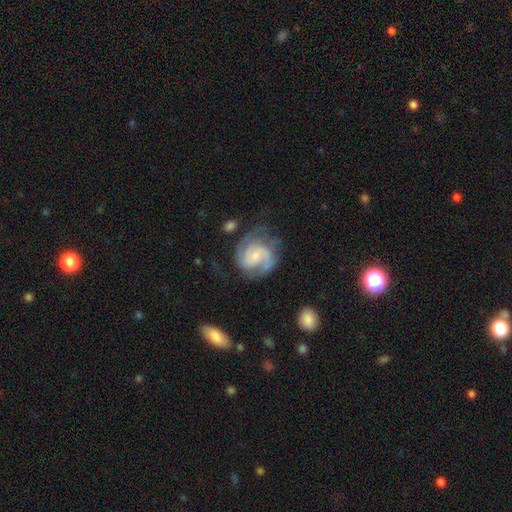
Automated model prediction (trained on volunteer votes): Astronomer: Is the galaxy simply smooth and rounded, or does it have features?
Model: featured or disk — 84%.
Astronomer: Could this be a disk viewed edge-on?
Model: no — 98%.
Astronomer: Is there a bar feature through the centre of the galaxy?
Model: no — 55% (runner-up: weak, 38%).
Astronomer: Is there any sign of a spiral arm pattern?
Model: yes — 96%.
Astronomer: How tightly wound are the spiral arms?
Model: medium — 46% (runner-up: tight, 40%).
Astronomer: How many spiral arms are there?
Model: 2 — 67%.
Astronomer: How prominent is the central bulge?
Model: small — 63%.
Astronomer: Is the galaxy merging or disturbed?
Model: none — 63%.